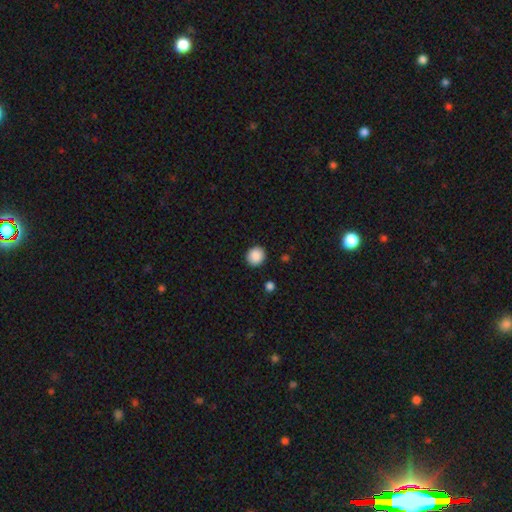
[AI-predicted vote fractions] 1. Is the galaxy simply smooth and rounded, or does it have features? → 89% smooth, 8% star or artifact, 3% featured or disk.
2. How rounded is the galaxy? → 85% round, 14% in between, 1% cigar-shaped.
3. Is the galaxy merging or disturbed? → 91% none, 6% minor disturbance, 2% major disturbance, 1% merger.